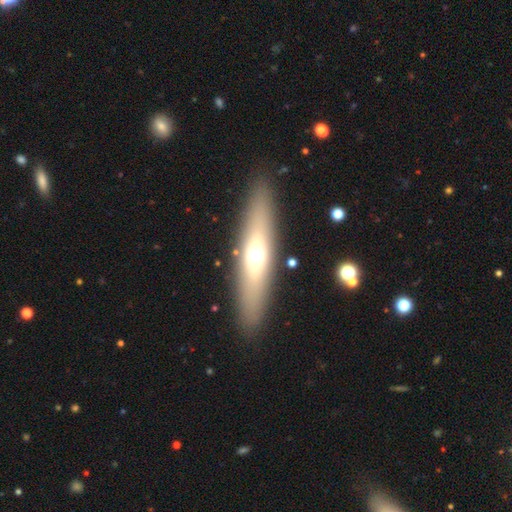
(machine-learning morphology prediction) smooth_or_featured: smooth (p=0.51) [alt: featured or disk p=0.41]
how_rounded: cigar-shaped (p=0.69) [alt: in between p=0.29]
merging: none (p=0.88) [alt: minor disturbance p=0.08]